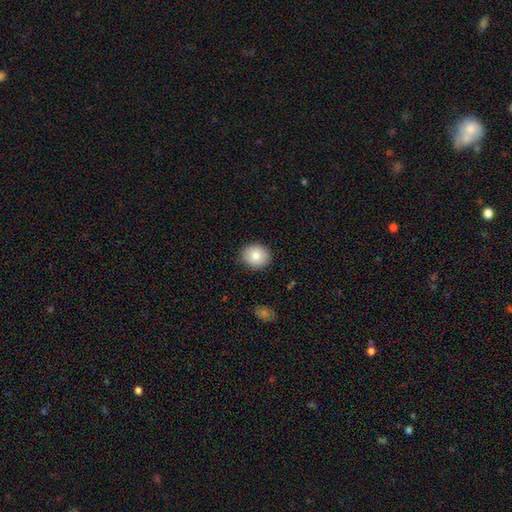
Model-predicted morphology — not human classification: This appears to be a smooth galaxy with no disk features (82%) that is round (70%). Merging: none (89%).